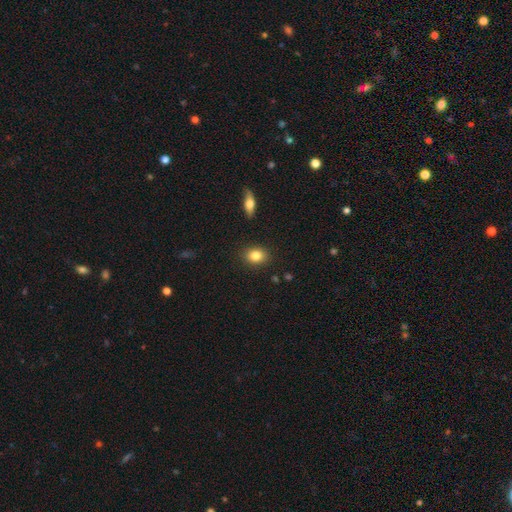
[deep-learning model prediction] Smooth or featured? smooth (84%)
How rounded? in between (60%)
Merging? none (89%)